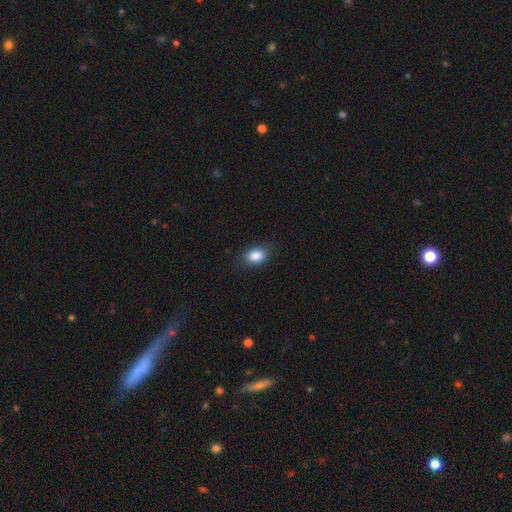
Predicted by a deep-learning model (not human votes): Smooth or featured?
  - smooth: 86% *
  - star or artifact: 9%
  - featured or disk: 5%
How rounded?
  - in between: 73% *
  - round: 25%
  - cigar-shaped: 2%
Merging?
  - none: 82% *
  - minor disturbance: 14%
  - major disturbance: 3%
  - merger: 1%